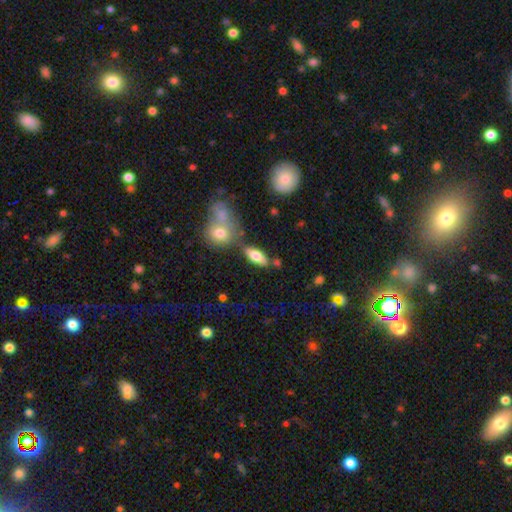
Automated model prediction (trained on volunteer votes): Overall: smooth (71%). How rounded: in between (76%). Merging: none (70%).